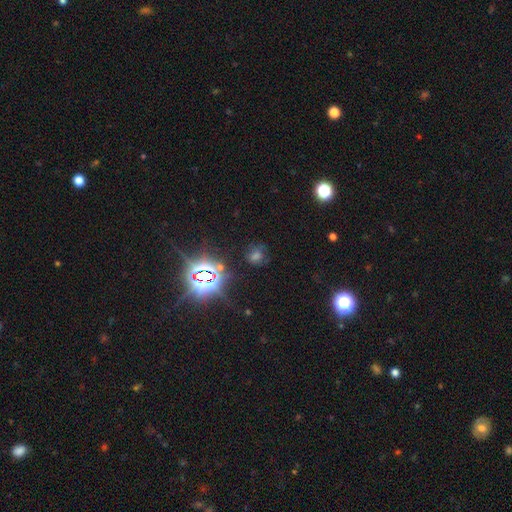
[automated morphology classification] Smooth or featured? star or artifact (58%)